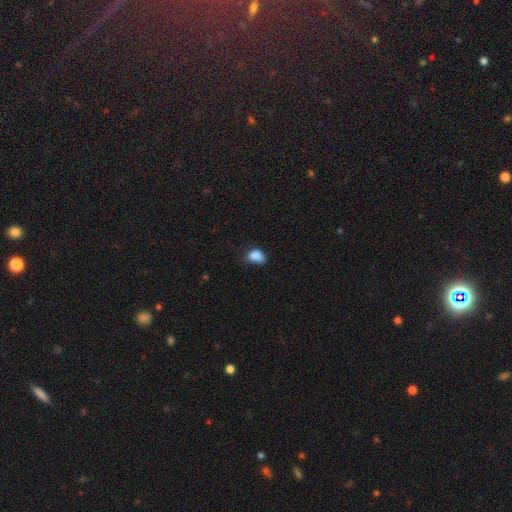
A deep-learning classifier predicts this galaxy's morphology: smooth-or-featured: smooth: 84% | star or artifact: 10% | featured or disk: 6%
  how-rounded: in between: 76% | round: 23% | cigar-shaped: 1%
  merging: none: 44% | minor disturbance: 41% | major disturbance: 12% | merger: 3%